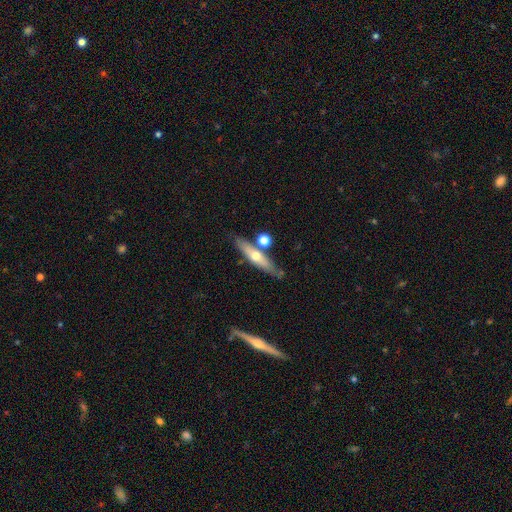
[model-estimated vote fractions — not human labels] This is possibly a featured or disk galaxy (52%). It is clearly viewed edge-on (85%). Merging: likely none (73%).